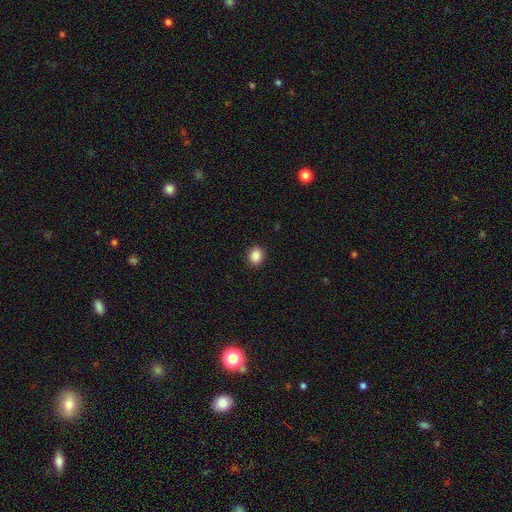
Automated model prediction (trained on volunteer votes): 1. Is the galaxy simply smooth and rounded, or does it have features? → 88% smooth, 9% star or artifact, 3% featured or disk.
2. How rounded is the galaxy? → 78% round, 21% in between, 1% cigar-shaped.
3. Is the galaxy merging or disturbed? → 91% none, 6% minor disturbance, 2% major disturbance, 1% merger.